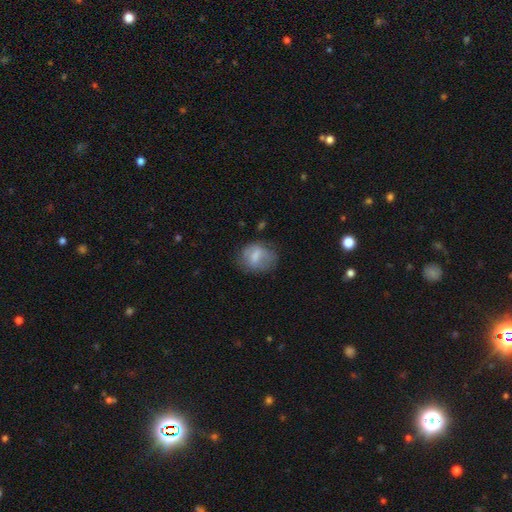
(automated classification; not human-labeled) Q: Smooth or featured?
A: smooth (67%); runner-up: featured or disk (25%)
Q: How rounded?
A: round (52%); runner-up: in between (47%)
Q: Merging?
A: none (60%); runner-up: minor disturbance (25%)